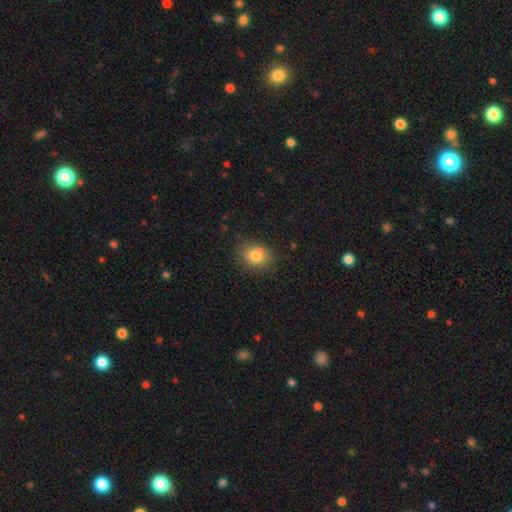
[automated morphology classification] smooth 81%, featured or disk 10%, star or artifact 9%. Down the decision tree: how rounded — in between (51%); merging — none (76%).